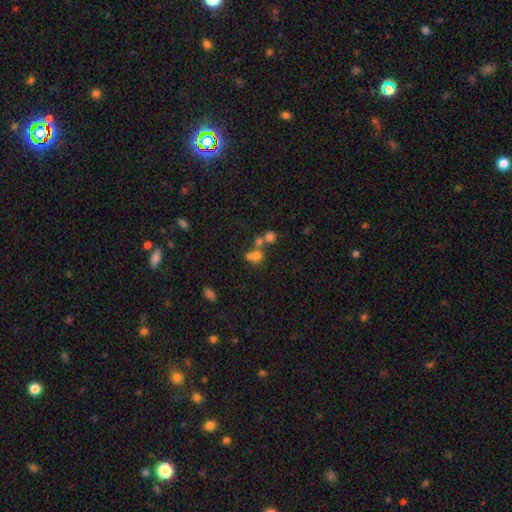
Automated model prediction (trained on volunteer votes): Smooth or featured? smooth (64%)
How rounded? round (74%)
Merging? merger (53%)